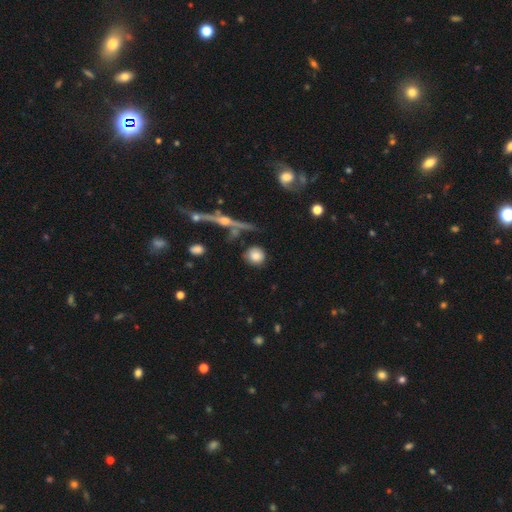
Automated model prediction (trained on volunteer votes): Smooth or featured? Predicted: smooth (p=0.77). How rounded? Predicted: round (p=0.87). Merging? Predicted: none (p=0.78).